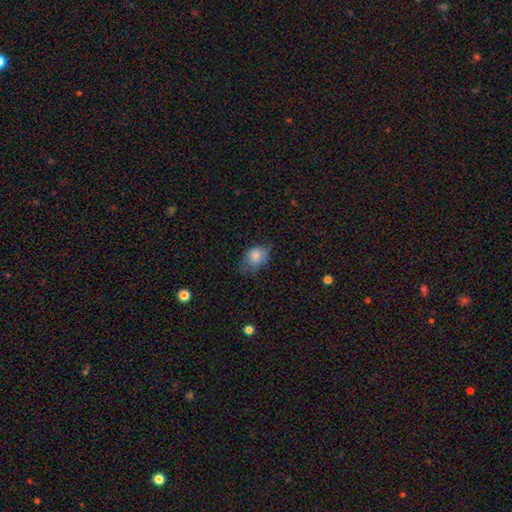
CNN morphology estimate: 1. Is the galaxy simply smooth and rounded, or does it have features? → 78% smooth, 13% featured or disk, 9% star or artifact.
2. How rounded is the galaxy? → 62% in between, 36% round, 1% cigar-shaped.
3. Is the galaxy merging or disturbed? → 52% none, 34% minor disturbance, 13% major disturbance, 1% merger.